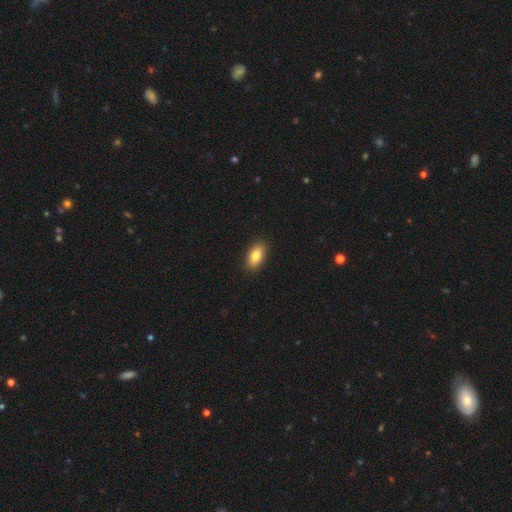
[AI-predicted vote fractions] smooth-or-featured: smooth: 83% | featured or disk: 10% | star or artifact: 7%
  how-rounded: in between: 89% | cigar-shaped: 6% | round: 5%
  merging: none: 89% | minor disturbance: 8% | major disturbance: 2% | merger: 1%